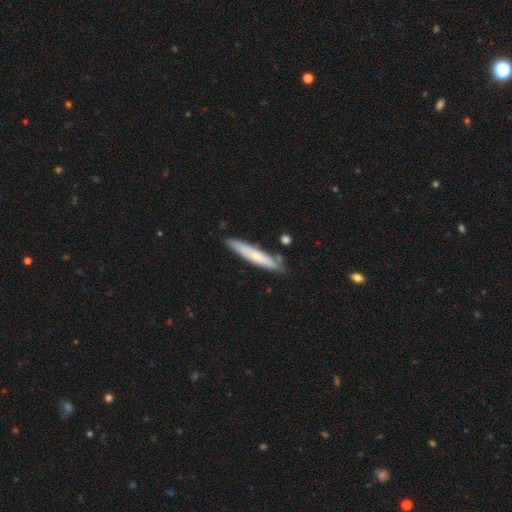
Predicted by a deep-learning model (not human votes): smooth-or-featured: smooth: 62% | featured or disk: 33% | star or artifact: 6%
  how-rounded: cigar-shaped: 93% | in between: 6% | round: 1%
  merging: none: 81% | minor disturbance: 12% | merger: 5% | major disturbance: 2%